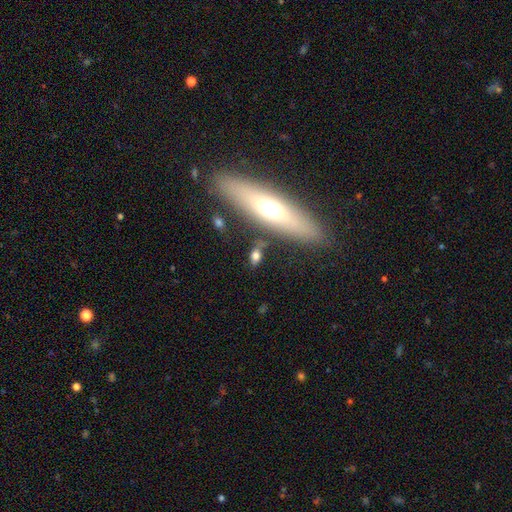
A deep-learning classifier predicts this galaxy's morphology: Overall: smooth (61%; featured or disk 27%). How rounded: in between (63%). Merging: none (74%).